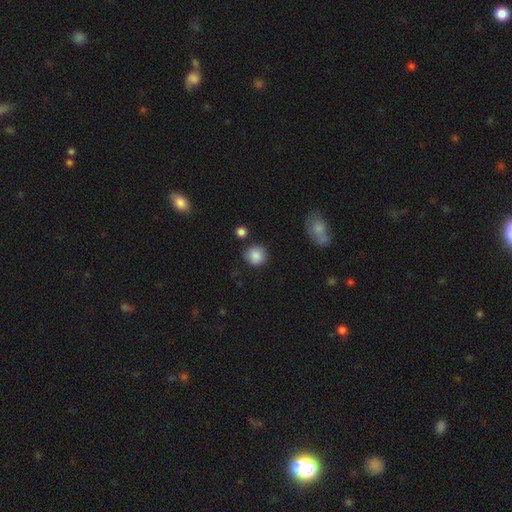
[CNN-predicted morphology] A smooth galaxy with no disk features (86%) that is round (90%). Merging: none (83%).